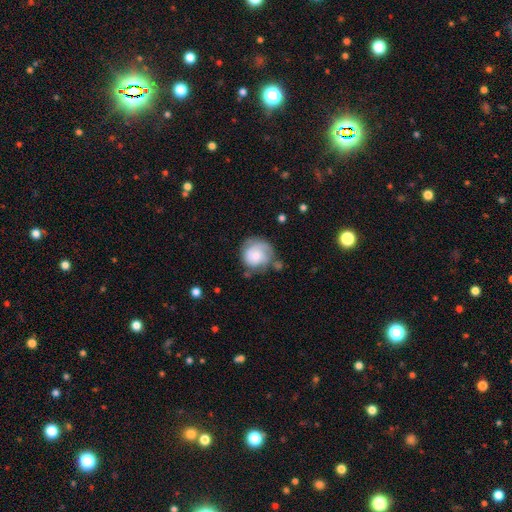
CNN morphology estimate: A smooth galaxy with no disk features (49%). Merging: none (55%).